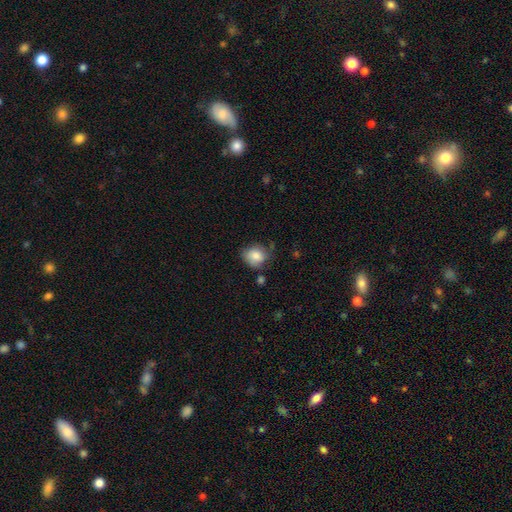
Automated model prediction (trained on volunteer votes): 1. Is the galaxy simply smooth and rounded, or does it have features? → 82% smooth, 9% featured or disk, 9% star or artifact.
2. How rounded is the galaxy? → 69% round, 30% in between, 1% cigar-shaped.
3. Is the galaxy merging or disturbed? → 65% none, 25% minor disturbance, 6% major disturbance, 5% merger.